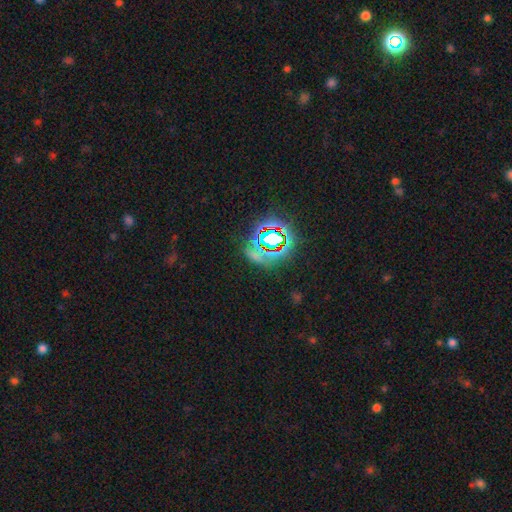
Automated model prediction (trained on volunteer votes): star or artifact 69%, smooth 20%, featured or disk 11%.